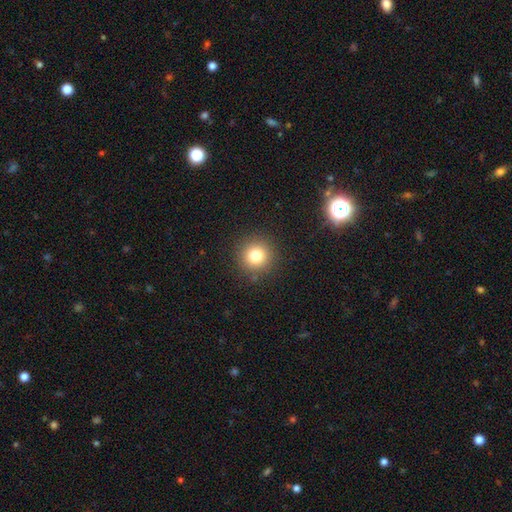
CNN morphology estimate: A smooth galaxy with no disk features (78%) that is round (95%). Merging: none (89%).